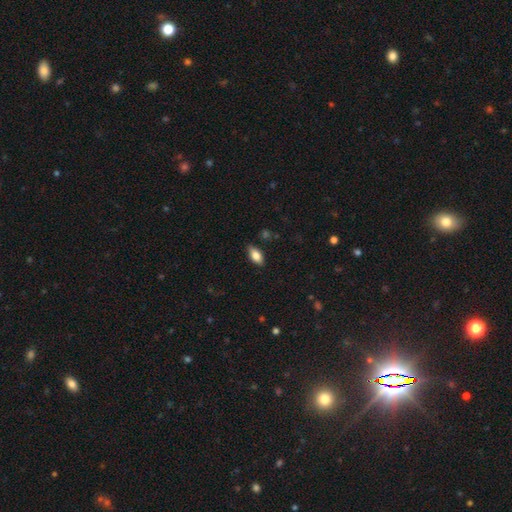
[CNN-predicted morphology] Smooth or featured?
  - smooth: 80% *
  - featured or disk: 13%
  - star or artifact: 7%
How rounded?
  - in between: 88% *
  - cigar-shaped: 9%
  - round: 3%
Merging?
  - none: 83% *
  - minor disturbance: 13%
  - major disturbance: 3%
  - merger: 1%